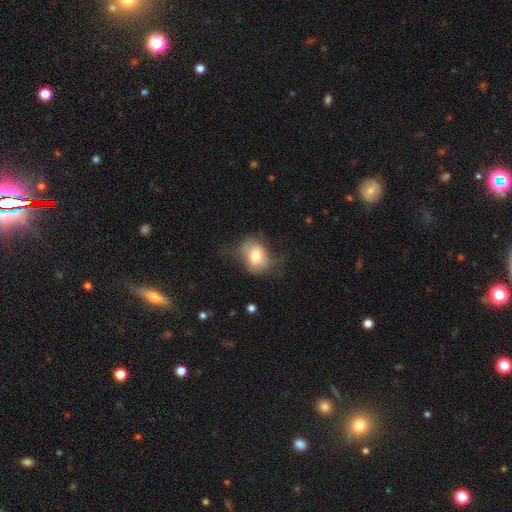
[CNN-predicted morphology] Smooth or featured: smooth — 70% (featured or disk — 22%)
How rounded: in between — 55% (round — 43%)
Merging: none — 48% (minor disturbance — 29%)